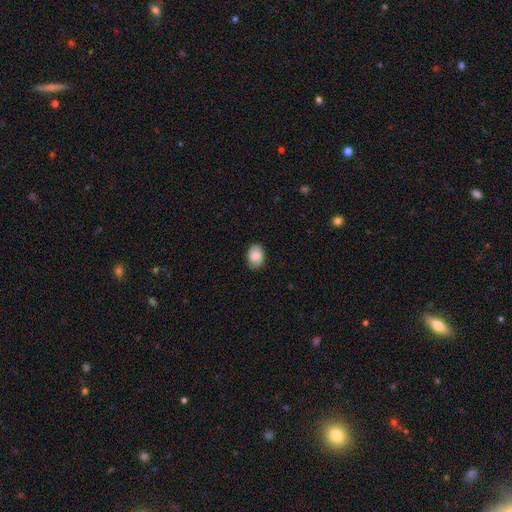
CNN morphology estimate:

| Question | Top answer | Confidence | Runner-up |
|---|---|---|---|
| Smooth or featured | smooth | 86% | star or artifact (7%) |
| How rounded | in between | 79% | round (20%) |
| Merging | none | 86% | minor disturbance (11%) |